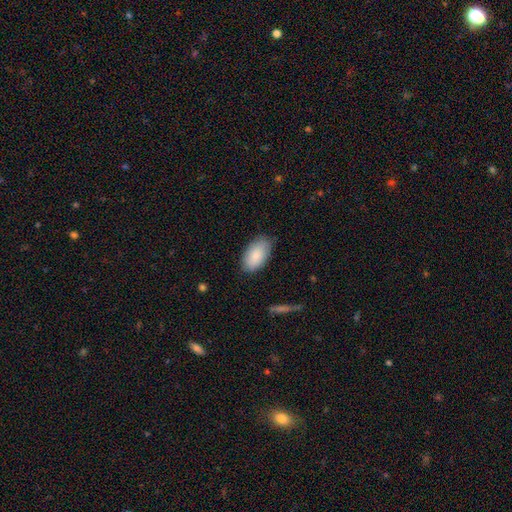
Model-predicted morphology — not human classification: smooth 87%, featured or disk 7%, star or artifact 6%. Down the decision tree: how rounded — in between (95%); merging — none (80%).